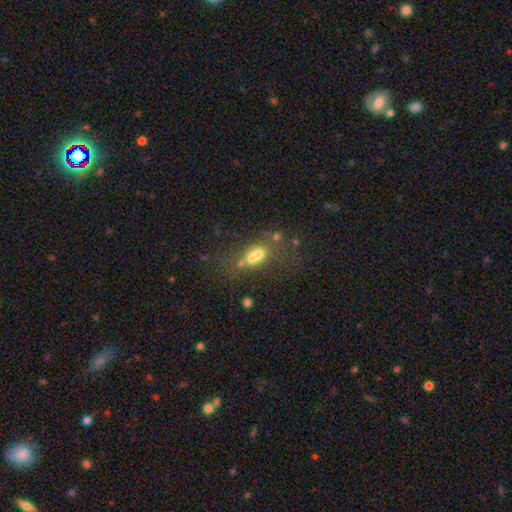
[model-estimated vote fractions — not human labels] smooth 53%, featured or disk 29%, star or artifact 18%. Down the decision tree: how rounded — in between (68%); merging — merger (45%).